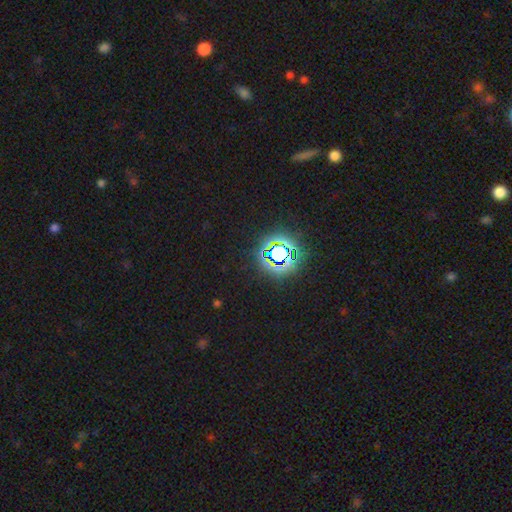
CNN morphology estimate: Smooth or featured? star or artifact (79%)